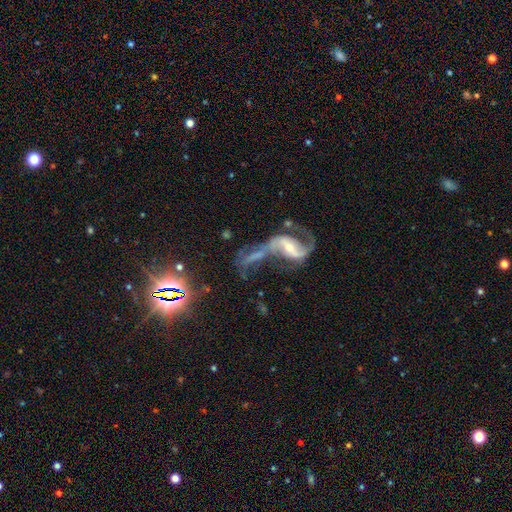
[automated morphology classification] This is likely a featured or disk galaxy (74%). It is clearly not viewed edge-on (94%). Bar: marginally strong (34%). Spiral arm pattern: clearly yes (86%). Spiral arm count: clearly 2 (81%). Spiral winding: likely loose (64%). Central bulge: possibly small (51%). Merging: possibly merger (45%).